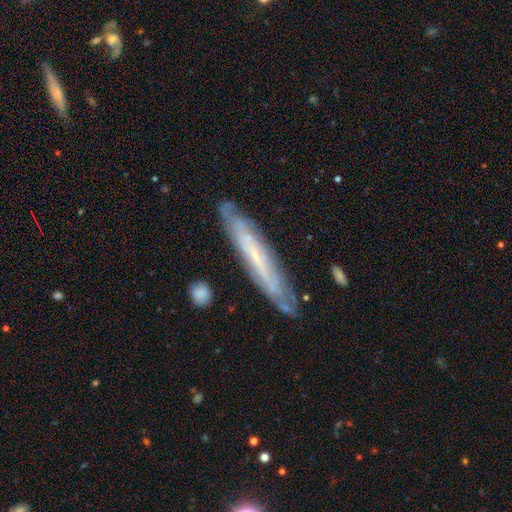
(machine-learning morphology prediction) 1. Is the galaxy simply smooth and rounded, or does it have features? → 63% featured or disk, 30% smooth, 7% star or artifact.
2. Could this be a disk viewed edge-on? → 66% yes, 34% no.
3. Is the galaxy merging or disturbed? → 79% none, 15% minor disturbance, 3% major disturbance, 2% merger.